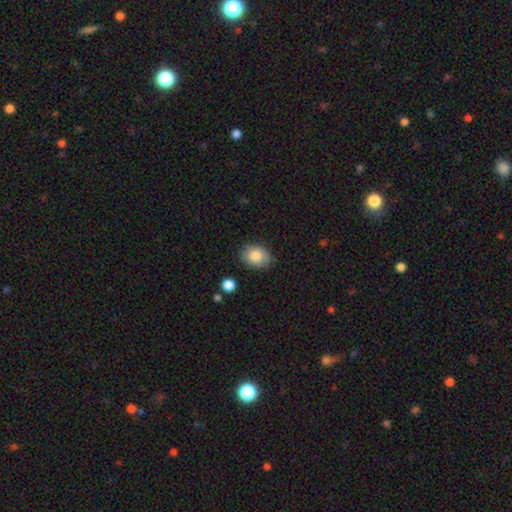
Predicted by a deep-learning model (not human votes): smooth 83%, featured or disk 9%, star or artifact 8%. Down the decision tree: how rounded — in between (57%); merging — none (84%).